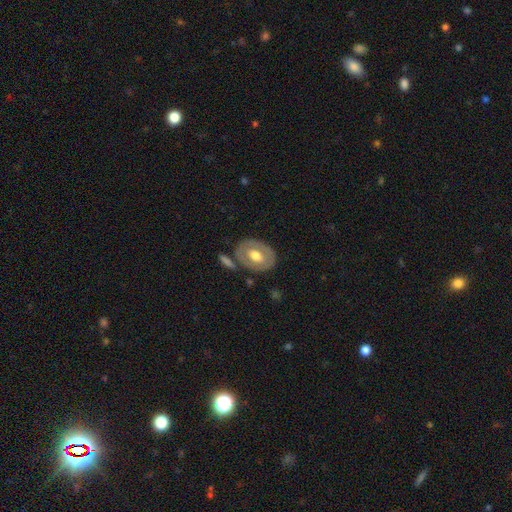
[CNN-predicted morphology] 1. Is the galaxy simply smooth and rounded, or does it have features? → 50% featured or disk, 45% smooth, 5% star or artifact.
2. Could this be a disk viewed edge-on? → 91% no, 9% yes.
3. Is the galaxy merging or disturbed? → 75% none, 14% minor disturbance, 6% merger, 5% major disturbance.